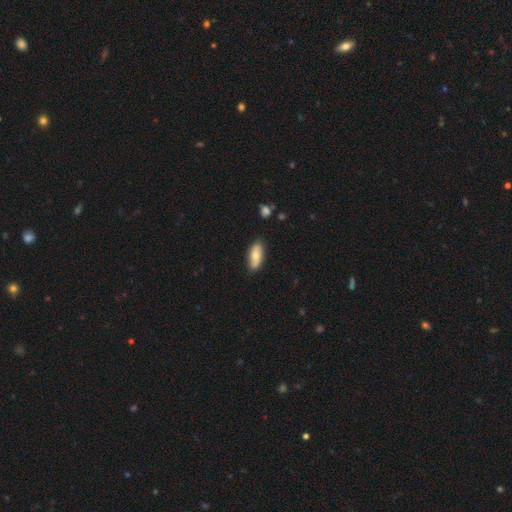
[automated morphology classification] Smooth or featured? smooth (70%)
How rounded? in between (79%)
Merging? none (83%)